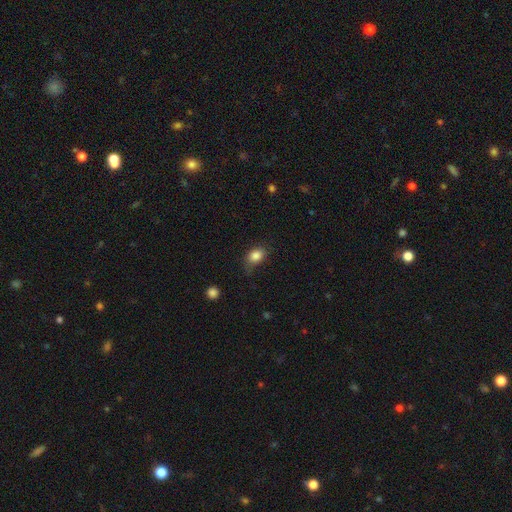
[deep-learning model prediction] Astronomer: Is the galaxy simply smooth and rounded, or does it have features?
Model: smooth — 84%.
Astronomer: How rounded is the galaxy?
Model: in between — 63%.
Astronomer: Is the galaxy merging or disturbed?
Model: none — 63%.